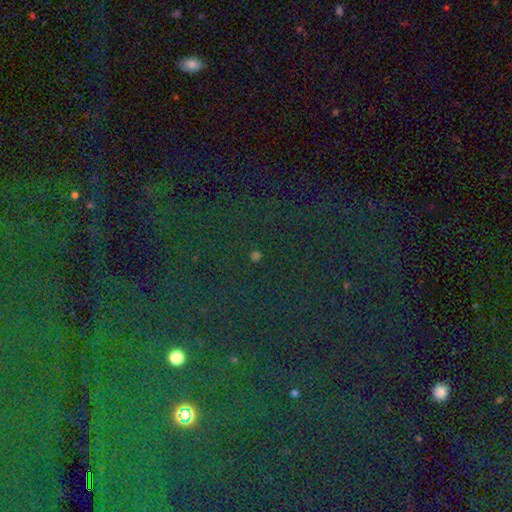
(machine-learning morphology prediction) A star or artifact, not a galaxy (63%).